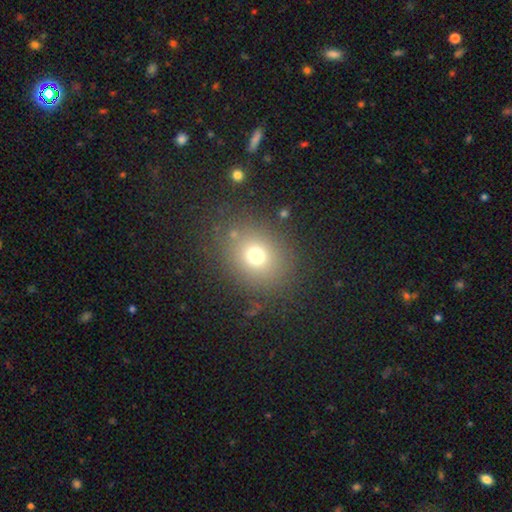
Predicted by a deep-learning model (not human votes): smooth 70%, star or artifact 19%, featured or disk 11%. Down the decision tree: how rounded — round (65%); merging — none (80%).